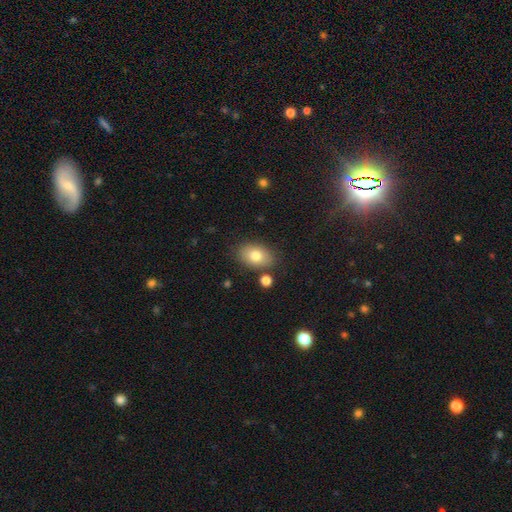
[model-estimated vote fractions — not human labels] smooth 80%, featured or disk 12%, star or artifact 8%. Down the decision tree: how rounded — in between (84%); merging — none (81%).